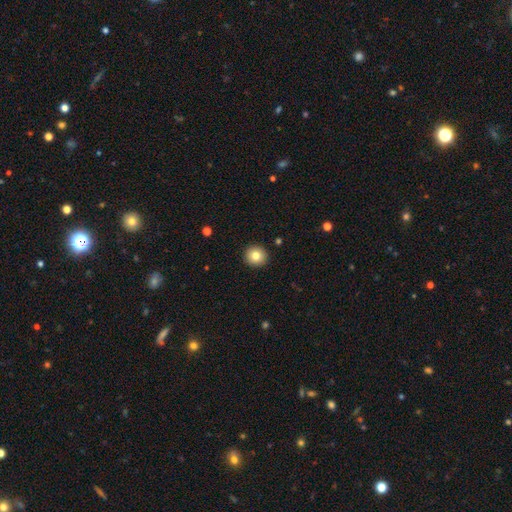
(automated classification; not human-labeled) A smooth galaxy with no disk features (81%) that is round (93%). Merging: none (92%).